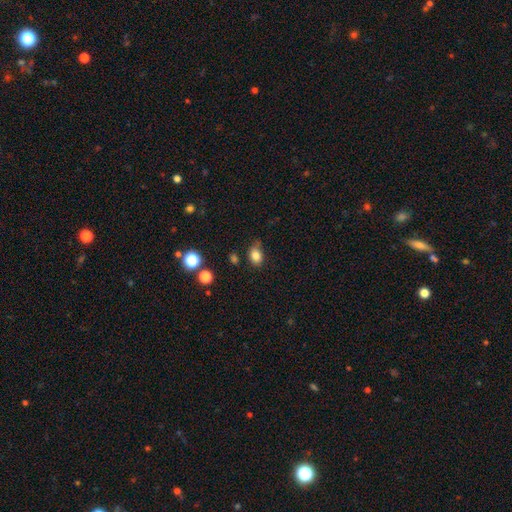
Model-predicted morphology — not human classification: Q: Smooth or featured?
A: smooth (82%); runner-up: star or artifact (12%)
Q: How rounded?
A: in between (70%); runner-up: round (29%)
Q: Merging?
A: none (69%); runner-up: minor disturbance (22%)